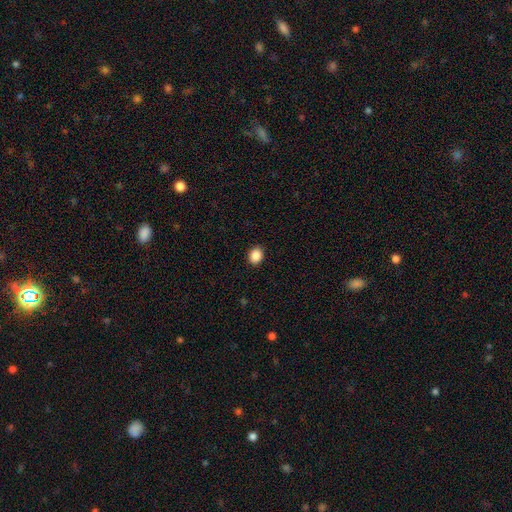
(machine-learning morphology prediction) This appears to be a smooth galaxy with no disk features (89%) that is round (50%). Merging: none (91%).